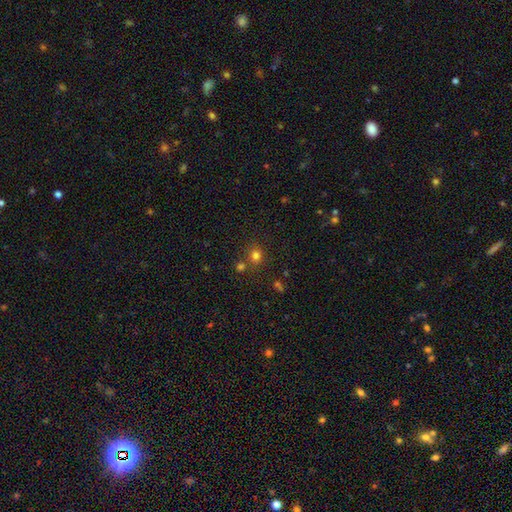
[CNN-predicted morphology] Overall: smooth (76%). How rounded: round (82%). Merging: none (72%).